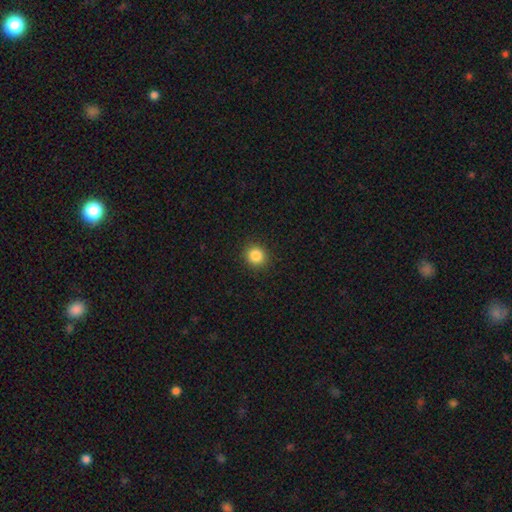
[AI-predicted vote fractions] smooth-or-featured: smooth: 86% | star or artifact: 11% | featured or disk: 4%
  how-rounded: round: 88% | in between: 11% | cigar-shaped: 1%
  merging: none: 91% | minor disturbance: 6% | major disturbance: 2% | merger: 1%